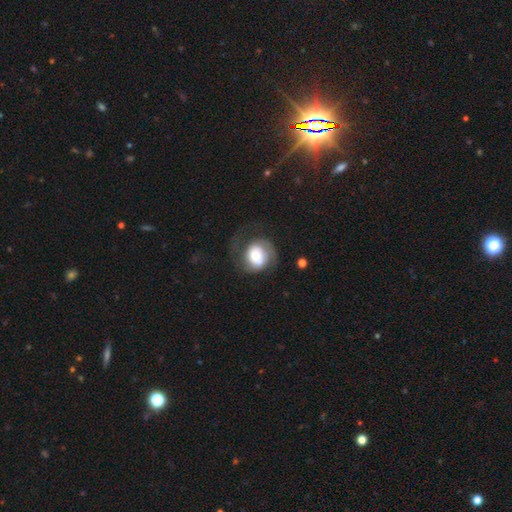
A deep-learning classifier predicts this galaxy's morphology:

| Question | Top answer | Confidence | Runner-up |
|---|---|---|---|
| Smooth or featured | featured or disk | 47% | smooth (45%) |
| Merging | none | 43% | major disturbance (30%) |